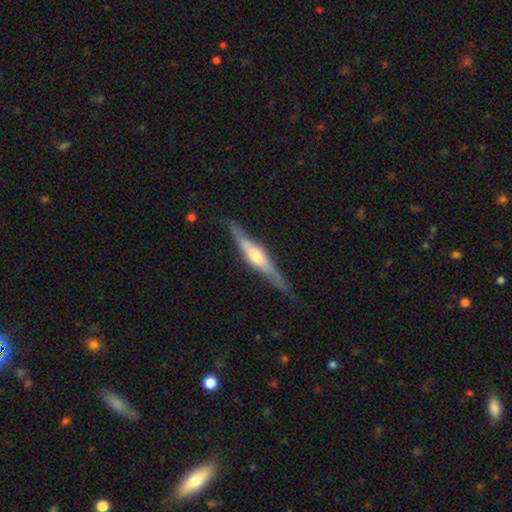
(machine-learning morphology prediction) Smooth or featured: featured or disk — 74% (smooth — 21%)
Edge-on disk: yes — 95% (no — 5%)
Edge-on bulge: rounded — 78% (boxy — 16%)
Merging: none — 79% (minor disturbance — 16%)